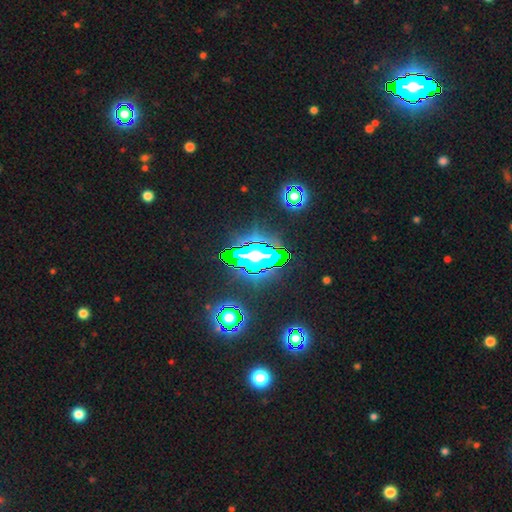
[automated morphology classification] The model was most divided on "smooth or featured": star or artifact: 66%, smooth: 20%, featured or disk: 14%.